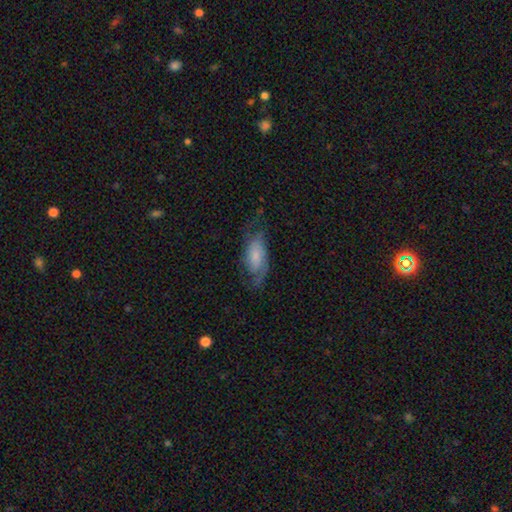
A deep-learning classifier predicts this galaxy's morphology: A featured or disk galaxy (59%) with no bar (62%), spiral arms (89%) and a small central bulge (43%).

Vote fractions:
- Smooth or featured? featured or disk: 59% / smooth: 33% / star or artifact: 8%
- Edge-on disk? no: 92% / yes: 8%
- Bar? no: 62% / weak: 31% / strong: 7%
- Spiral arms? yes: 89% / no: 11%
- Bulge size? small: 43% / moderate: 25% / none: 20% / large: 9% / dominant: 3%
- Merging? none: 56% / minor disturbance: 24% / major disturbance: 19% / merger: 2%